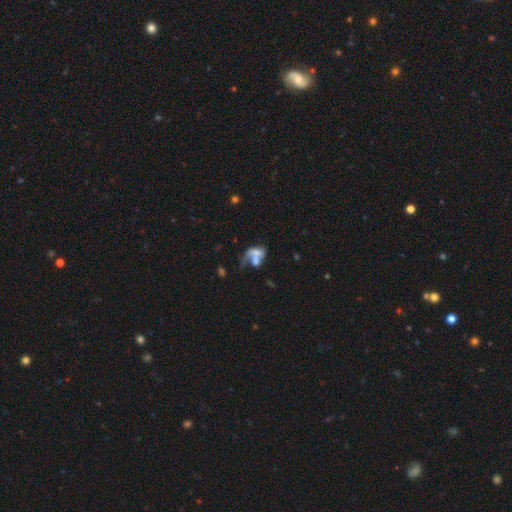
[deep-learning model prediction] Smooth or featured?
  - featured or disk: 47% *
  - smooth: 41%
  - star or artifact: 12%
Merging?
  - merger: 52% *
  - major disturbance: 23%
  - none: 16%
  - minor disturbance: 9%